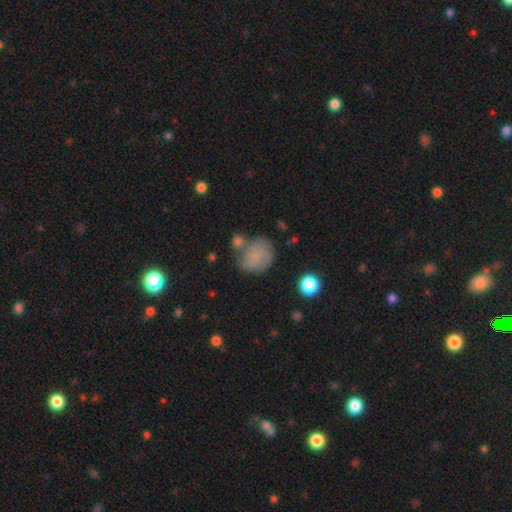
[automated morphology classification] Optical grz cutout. It shows a smooth galaxy with no disk features (72%) that is round (66%). Merging: none (56%).